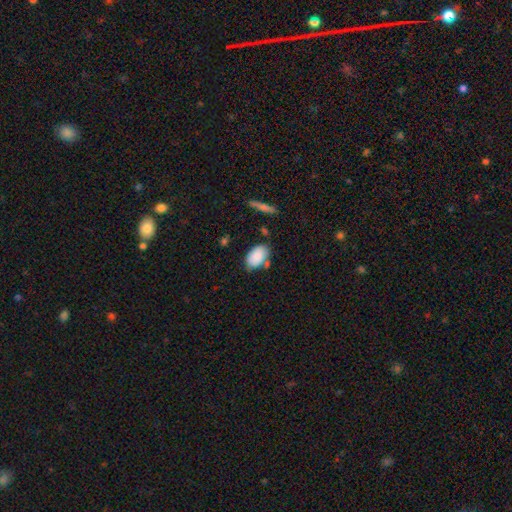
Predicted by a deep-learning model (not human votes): A smooth galaxy with no disk features (84%) that is in between round and cigar-shaped (91%). Merging: none (64%).